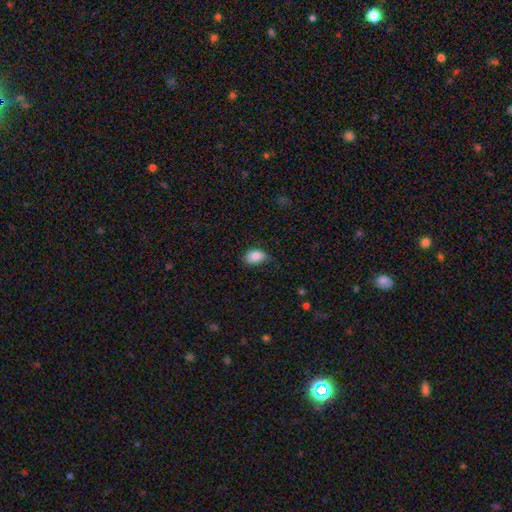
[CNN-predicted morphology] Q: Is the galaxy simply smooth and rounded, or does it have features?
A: smooth — 84%.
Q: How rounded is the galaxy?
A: in between — 83%.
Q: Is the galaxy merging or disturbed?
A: none — 56%.